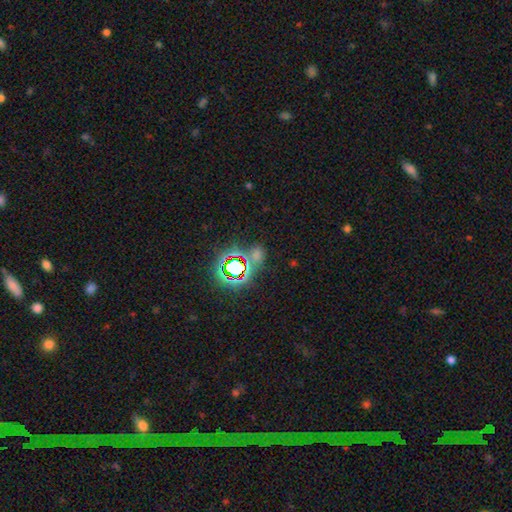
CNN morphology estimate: Smooth or featured?
  - star or artifact: 69% *
  - smooth: 22%
  - featured or disk: 9%